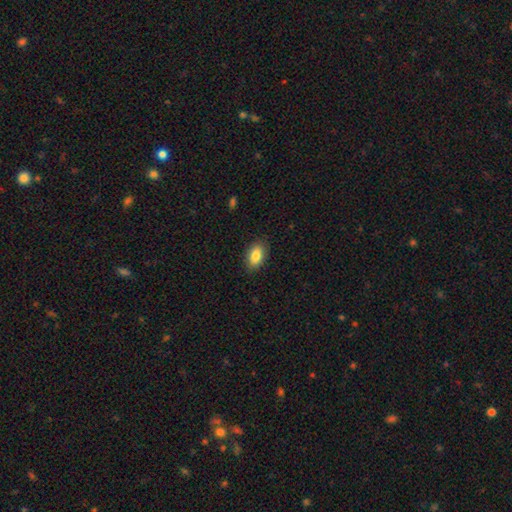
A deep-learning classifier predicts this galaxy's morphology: The model was most divided on "smooth or featured": smooth: 85%, featured or disk: 8%, star or artifact: 7%. More confident: how rounded — in between (90%); merging — none (87%).